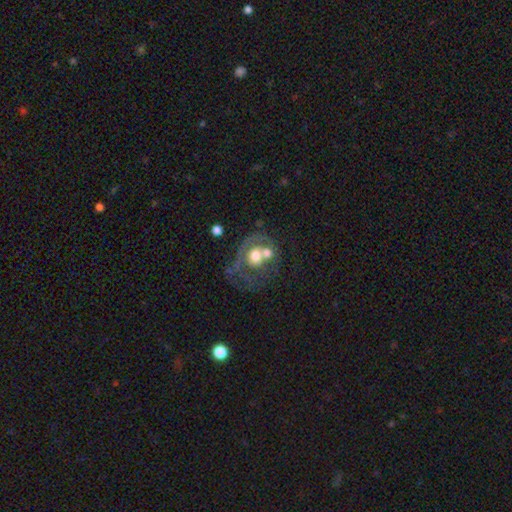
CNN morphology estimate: smooth-or-featured: featured or disk: 54% | smooth: 37% | star or artifact: 8%
  disk-edge-on: no: 97% | yes: 3%
    bar: no: 87% | weak: 10% | strong: 3%
    has-spiral-arms: no: 68% | yes: 32%
    bulge-size: moderate: 53% | large: 32% | small: 7% | dominant: 4% | none: 3%
  merging: merger: 40% | none: 25% | major disturbance: 22% | minor disturbance: 13%